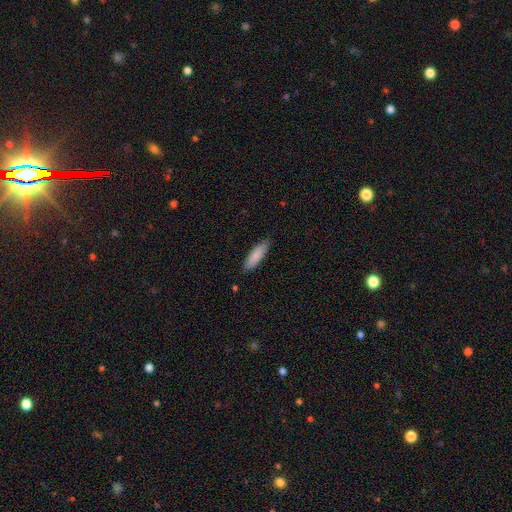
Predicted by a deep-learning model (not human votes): Smooth or featured?
  - smooth: 85% *
  - featured or disk: 9%
  - star or artifact: 6%
How rounded?
  - cigar-shaped: 54% *
  - in between: 45%
  - round: 1%
Merging?
  - none: 84% *
  - minor disturbance: 13%
  - major disturbance: 2%
  - merger: 1%